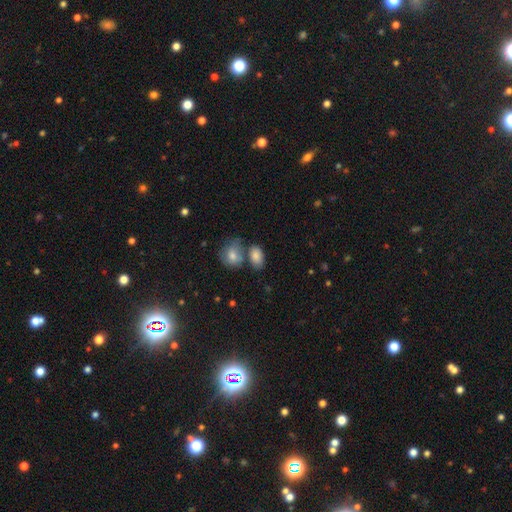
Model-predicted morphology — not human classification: smooth_or_featured: smooth (p=0.83) [alt: featured or disk p=0.09]
how_rounded: in between (p=0.84) [alt: round p=0.14]
merging: none (p=0.47) [alt: merger p=0.33]